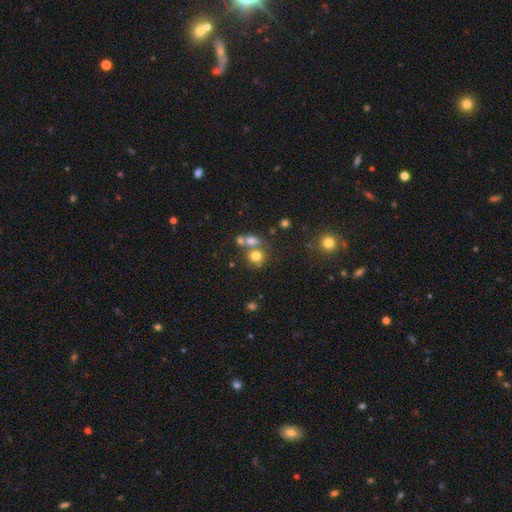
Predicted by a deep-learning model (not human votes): Morphology: type=smooth (74%); roundness=round (78%); merging=none (49%).